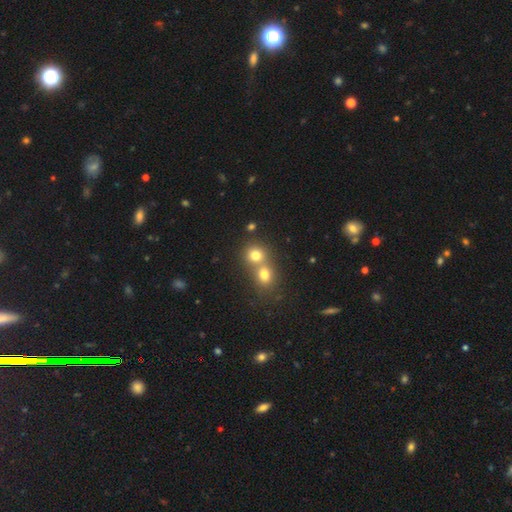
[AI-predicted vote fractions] Overall: smooth (76%). How rounded: round (80%). Merging: merger (55%; none 38%).